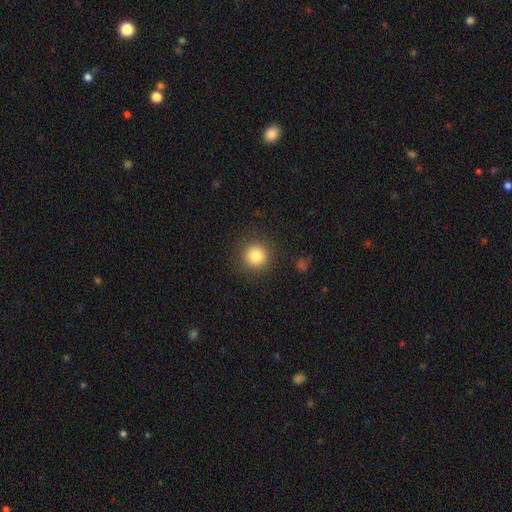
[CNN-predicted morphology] Q: Smooth or featured?
A: smooth (83%); runner-up: star or artifact (11%)
Q: How rounded?
A: round (93%); runner-up: in between (6%)
Q: Merging?
A: none (89%); runner-up: minor disturbance (7%)